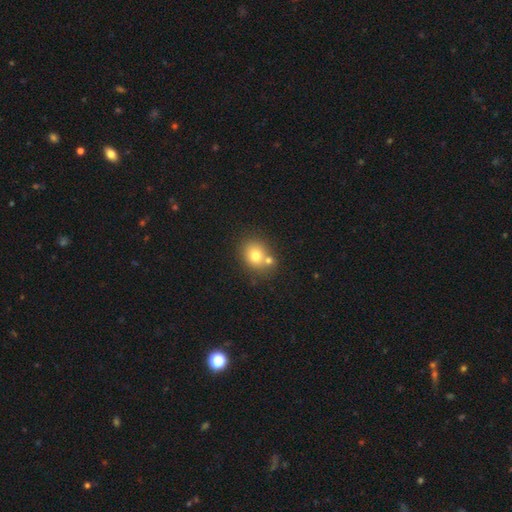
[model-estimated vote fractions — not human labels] This is likely a smooth galaxy (76%). How rounded: likely round (68%). Merging: possibly none (59%).